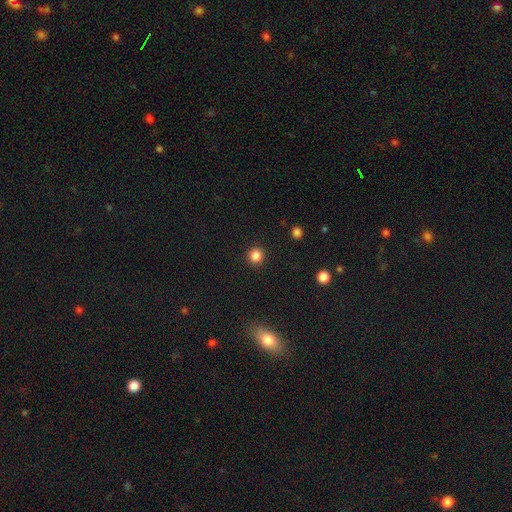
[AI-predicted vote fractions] A smooth galaxy with no disk features (84%) that is round (94%). Merging: none (92%).